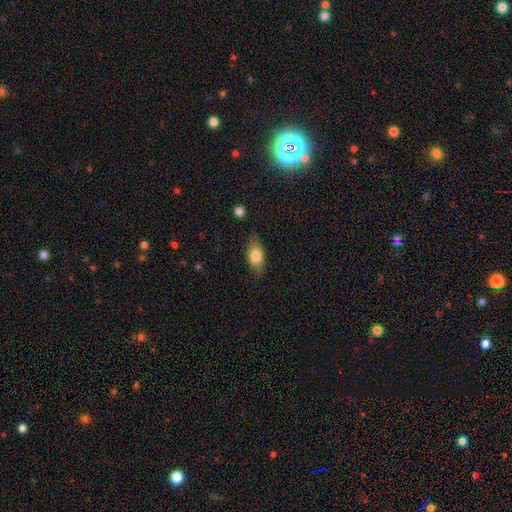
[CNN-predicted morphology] Smooth or featured?
  - smooth: 76% *
  - featured or disk: 18%
  - star or artifact: 7%
How rounded?
  - in between: 84% *
  - cigar-shaped: 10%
  - round: 6%
Merging?
  - none: 82% *
  - minor disturbance: 13%
  - major disturbance: 4%
  - merger: 1%